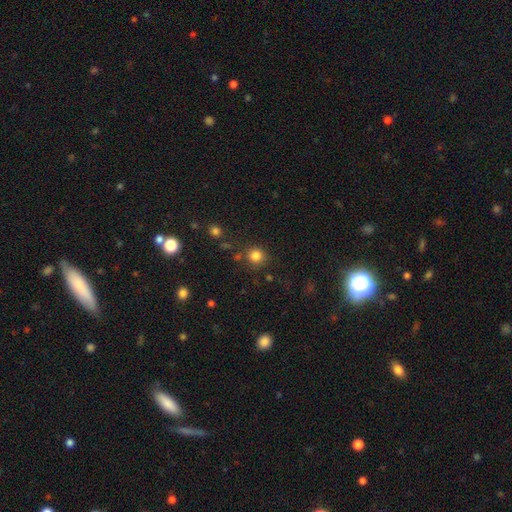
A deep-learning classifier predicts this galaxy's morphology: A smooth galaxy with no disk features (82%) that is round (90%).

Vote fractions:
- Smooth or featured? smooth: 82% / star or artifact: 13% / featured or disk: 5%
- How rounded? round: 90% / in between: 9% / cigar-shaped: 1%
- Merging? none: 81% / minor disturbance: 10% / merger: 5% / major disturbance: 4%